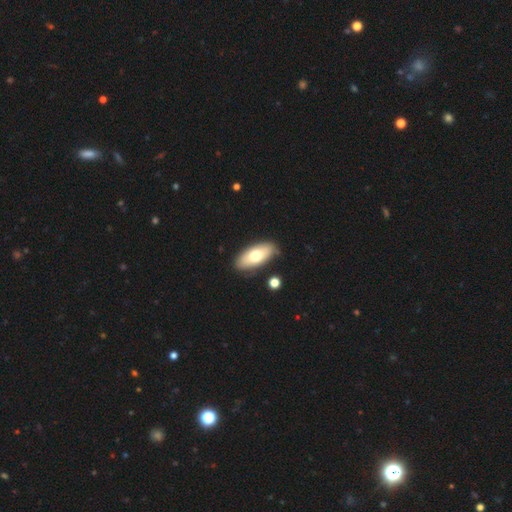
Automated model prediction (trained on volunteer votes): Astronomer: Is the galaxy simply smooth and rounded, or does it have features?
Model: smooth — 68%.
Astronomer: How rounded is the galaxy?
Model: in between — 85%.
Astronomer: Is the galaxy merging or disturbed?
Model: none — 82%.